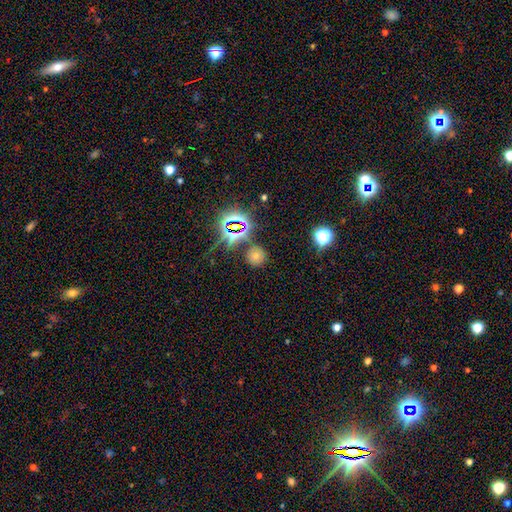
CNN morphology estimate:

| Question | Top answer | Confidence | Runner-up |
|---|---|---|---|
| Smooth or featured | smooth | 48% | star or artifact (41%) |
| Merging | none | 82% | minor disturbance (9%) |